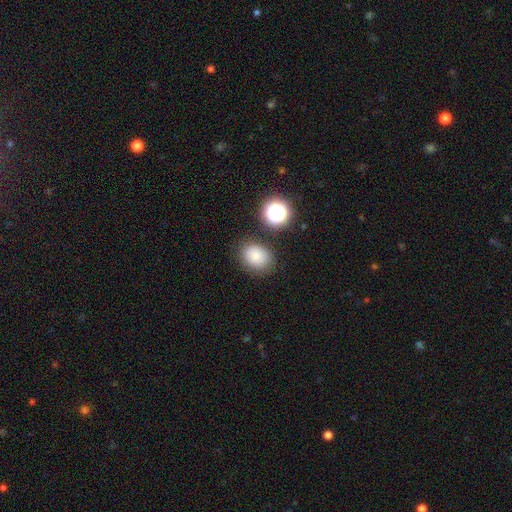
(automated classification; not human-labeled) A smooth galaxy with no disk features (77%) that is in between round and cigar-shaped (52%). Merging: none (78%).